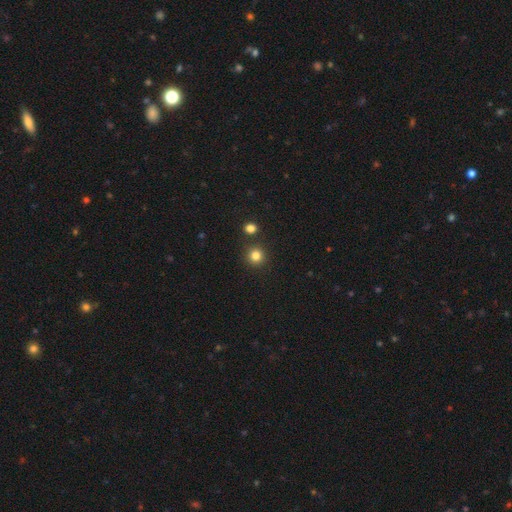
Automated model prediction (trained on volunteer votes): Morphology: type=smooth (82%); roundness=round (94%); merging=none (87%).